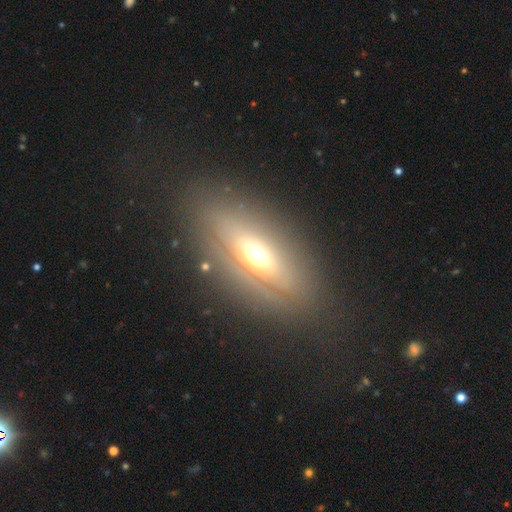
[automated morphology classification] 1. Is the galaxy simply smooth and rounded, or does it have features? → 63% featured or disk, 28% smooth, 9% star or artifact.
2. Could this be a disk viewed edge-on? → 57% no, 43% yes.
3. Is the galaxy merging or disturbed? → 77% none, 15% minor disturbance, 7% major disturbance, 2% merger.